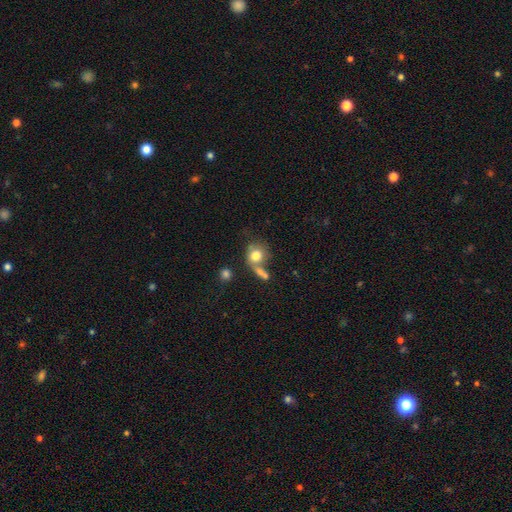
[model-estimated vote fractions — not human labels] The model was most divided on "merging": none: 41%, merger: 35%, minor disturbance: 15%, major disturbance: 9%. More confident: smooth or featured — smooth (77%); how rounded — round (72%).